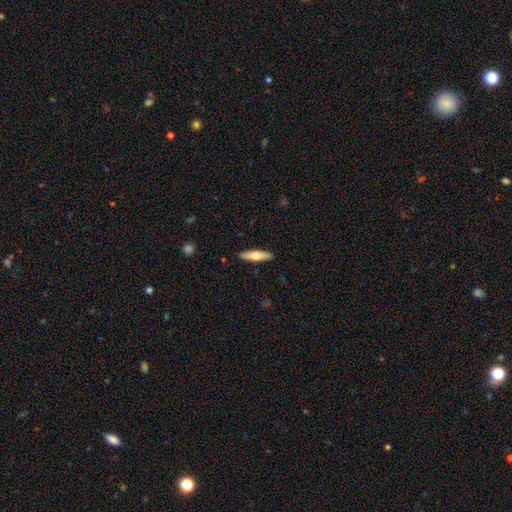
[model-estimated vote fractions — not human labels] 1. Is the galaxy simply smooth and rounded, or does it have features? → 60% smooth, 34% featured or disk, 5% star or artifact.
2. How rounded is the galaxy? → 70% cigar-shaped, 28% in between, 2% round.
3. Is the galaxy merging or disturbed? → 91% none, 7% minor disturbance, 1% major disturbance, 1% merger.